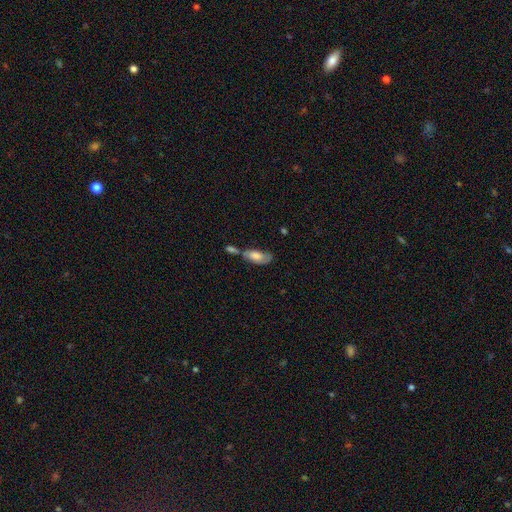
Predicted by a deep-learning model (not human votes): smooth_or_featured: smooth (p=0.59) [alt: featured or disk p=0.33]
how_rounded: in between (p=0.86) [alt: cigar-shaped p=0.10]
merging: merger (p=0.40) [alt: none p=0.31]